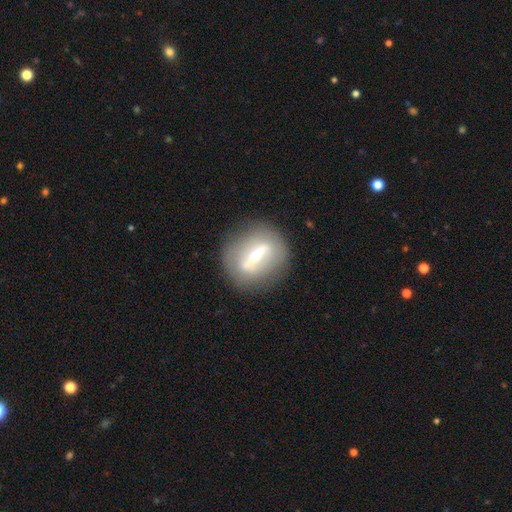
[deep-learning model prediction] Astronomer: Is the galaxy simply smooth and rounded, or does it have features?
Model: featured or disk — 67%.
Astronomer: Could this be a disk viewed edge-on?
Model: no — 64%.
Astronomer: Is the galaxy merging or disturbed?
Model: none — 81%.